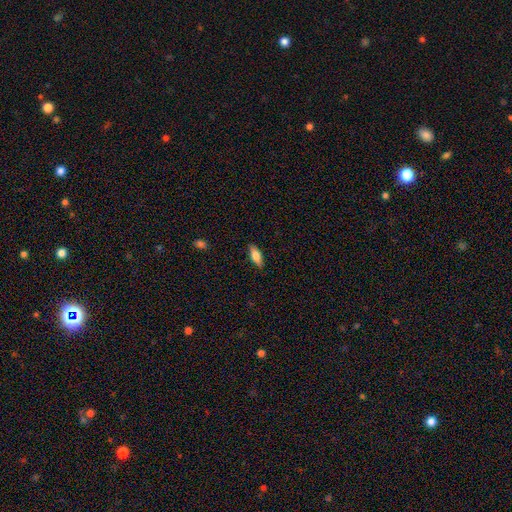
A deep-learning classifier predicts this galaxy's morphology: Overall: smooth (73%). How rounded: in between (68%; cigar-shaped 29%). Merging: none (88%).